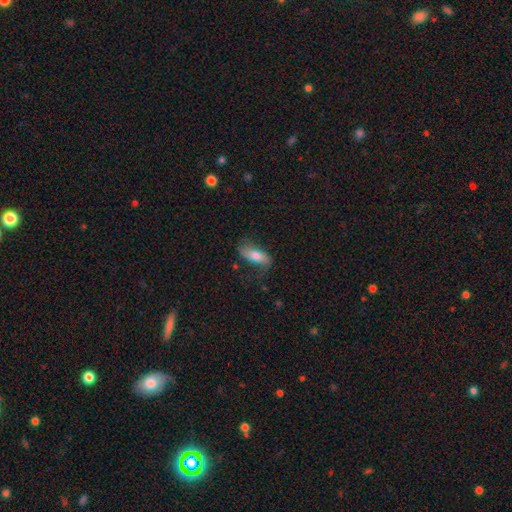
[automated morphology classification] A smooth galaxy with no disk features (62%) that is in between round and cigar-shaped (72%).

Vote fractions:
- Smooth or featured? smooth: 62% / featured or disk: 31% / star or artifact: 7%
- How rounded? in between: 72% / cigar-shaped: 25% / round: 3%
- Merging? none: 64% / minor disturbance: 23% / major disturbance: 11% / merger: 2%